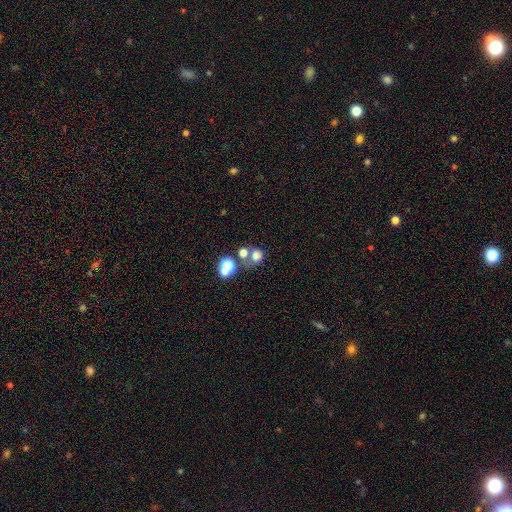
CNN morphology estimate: Smooth or featured?
  - smooth: 69% *
  - star or artifact: 20%
  - featured or disk: 11%
How rounded?
  - round: 76% *
  - in between: 23%
  - cigar-shaped: 1%
Merging?
  - none: 47% *
  - merger: 35%
  - minor disturbance: 10%
  - major disturbance: 7%